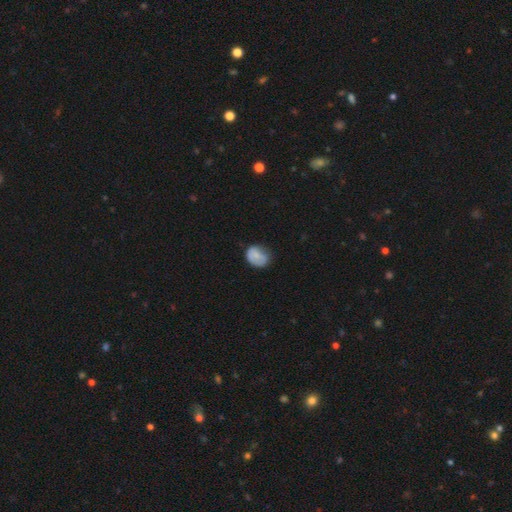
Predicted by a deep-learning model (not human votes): This is likely a smooth galaxy (77%). How rounded: possibly in between (50%). Merging: possibly none (58%).